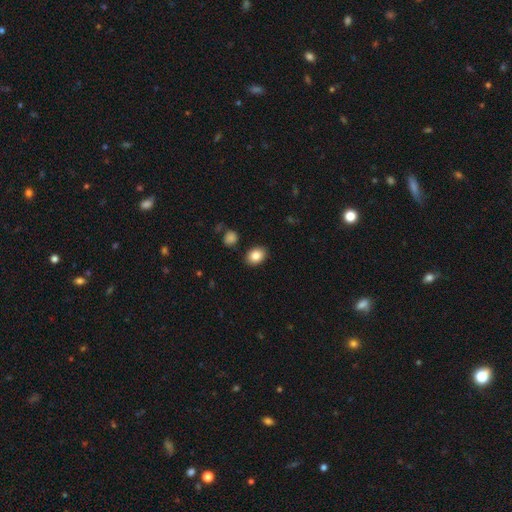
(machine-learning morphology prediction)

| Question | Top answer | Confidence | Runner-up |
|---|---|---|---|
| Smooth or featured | smooth | 85% | star or artifact (8%) |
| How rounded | in between | 69% | round (30%) |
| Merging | none | 88% | minor disturbance (8%) |